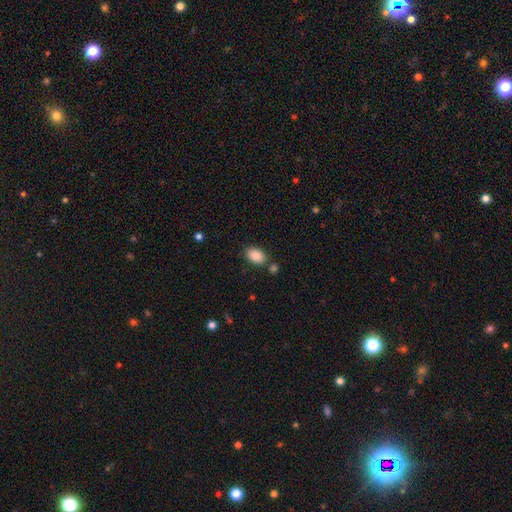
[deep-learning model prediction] Smooth or featured? smooth (87%)
How rounded? in between (89%)
Merging? none (79%)